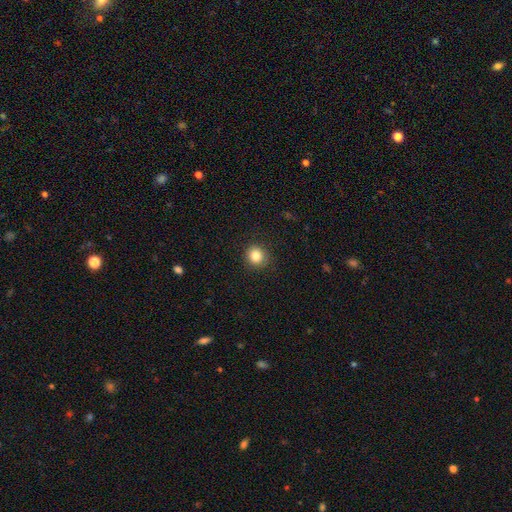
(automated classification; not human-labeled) Morphology: type=smooth (84%); roundness=round (90%); merging=none (90%).